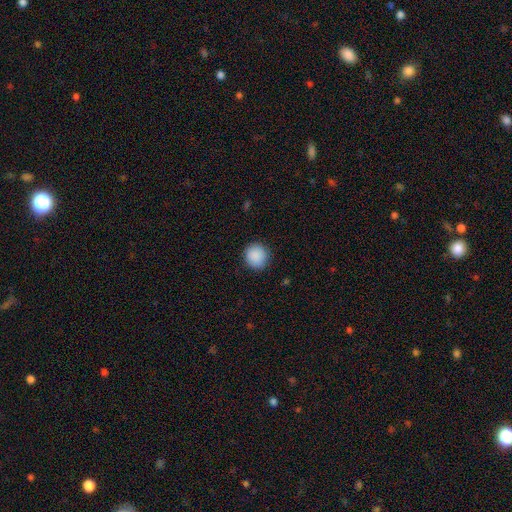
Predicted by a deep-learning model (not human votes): smooth-or-featured: smooth: 90% | star or artifact: 7% | featured or disk: 3%
  how-rounded: round: 92% | in between: 7% | cigar-shaped: 1%
  merging: none: 90% | minor disturbance: 7% | major disturbance: 2% | merger: 1%